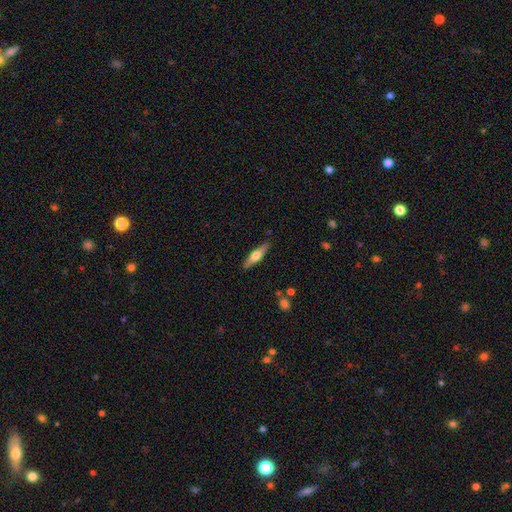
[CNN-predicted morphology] Smooth or featured: featured or disk — 48% (smooth — 47%)
Merging: none — 87% (minor disturbance — 10%)